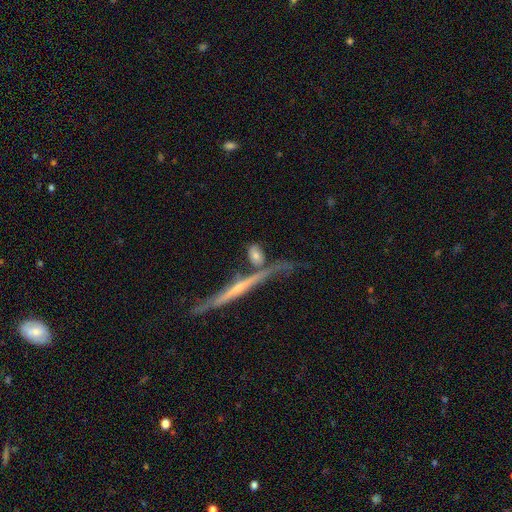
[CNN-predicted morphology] Smooth or featured: smooth — 59% (featured or disk — 33%)
How rounded: in between — 58% (cigar-shaped — 23%)
Merging: none — 54% (merger — 21%)